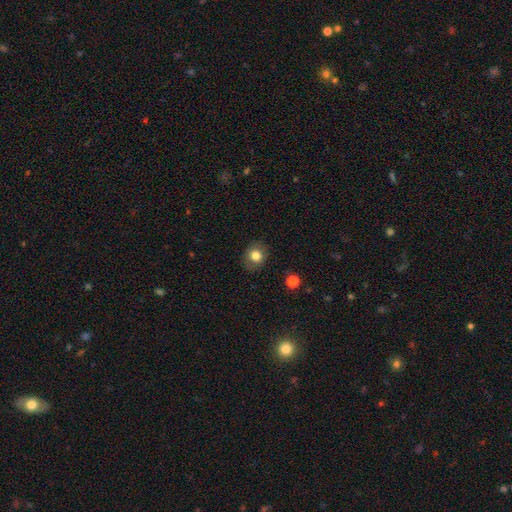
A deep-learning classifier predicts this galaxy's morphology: smooth_or_featured: smooth (p=0.79) [alt: featured or disk p=0.11]
how_rounded: round (p=0.70) [alt: in between p=0.29]
merging: none (p=0.85) [alt: minor disturbance p=0.11]